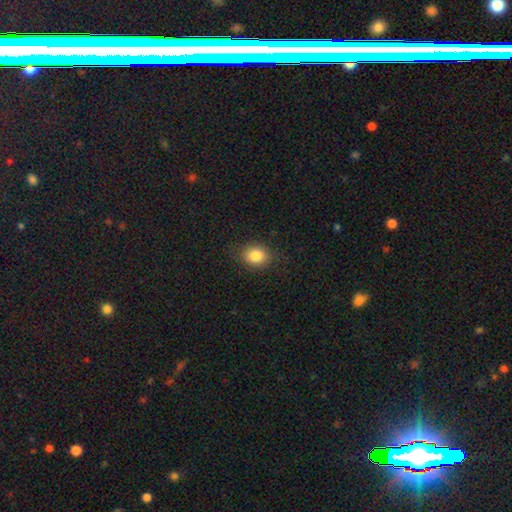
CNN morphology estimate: Overall: smooth (84%). How rounded: in between (54%; round 45%). Merging: none (84%).